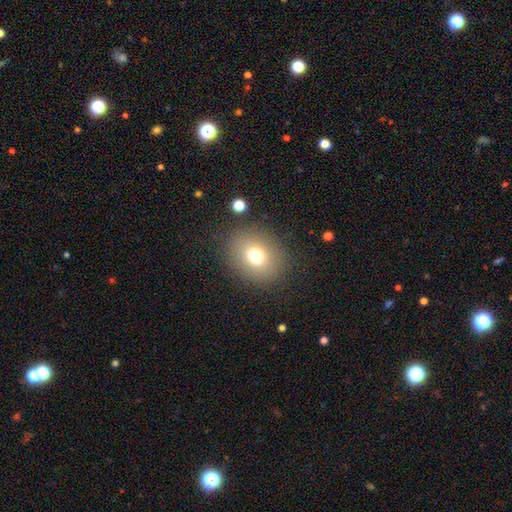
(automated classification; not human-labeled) smooth_or_featured: smooth (p=0.72) [alt: star or artifact p=0.15]
how_rounded: round (p=0.64) [alt: in between p=0.36]
merging: none (p=0.85) [alt: minor disturbance p=0.08]